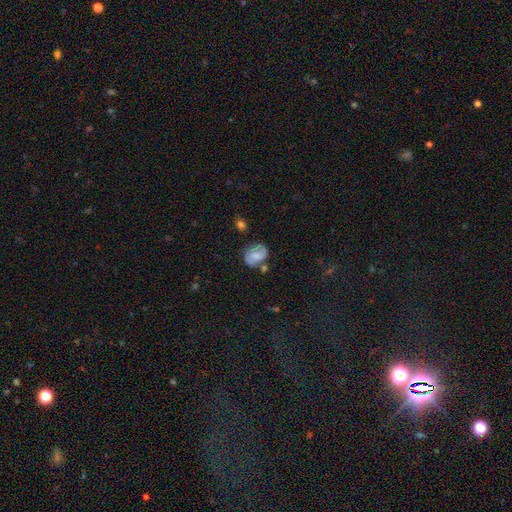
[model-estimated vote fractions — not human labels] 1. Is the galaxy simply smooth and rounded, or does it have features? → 54% featured or disk, 38% smooth, 8% star or artifact.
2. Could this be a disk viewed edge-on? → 97% no, 3% yes.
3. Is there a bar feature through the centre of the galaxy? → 46% weak, 38% no, 16% strong.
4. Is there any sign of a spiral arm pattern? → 80% yes, 20% no.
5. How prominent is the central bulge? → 33% moderate, 31% small, 27% none, 7% large, 2% dominant.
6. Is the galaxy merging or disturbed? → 60% none, 22% minor disturbance, 10% merger, 9% major disturbance.